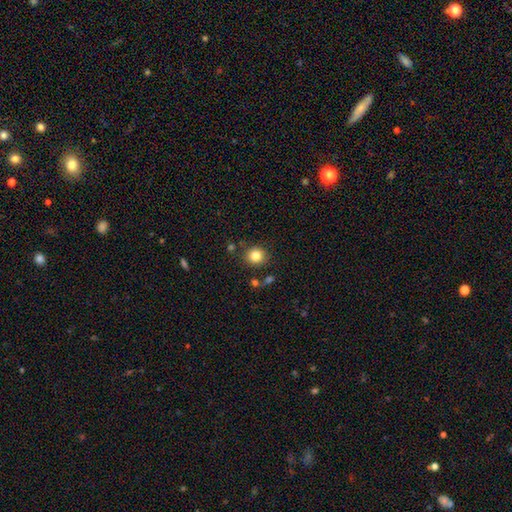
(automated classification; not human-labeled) The model was most divided on "smooth or featured": smooth: 83%, star or artifact: 11%, featured or disk: 6%. More confident: how rounded — round (87%); merging — none (84%).